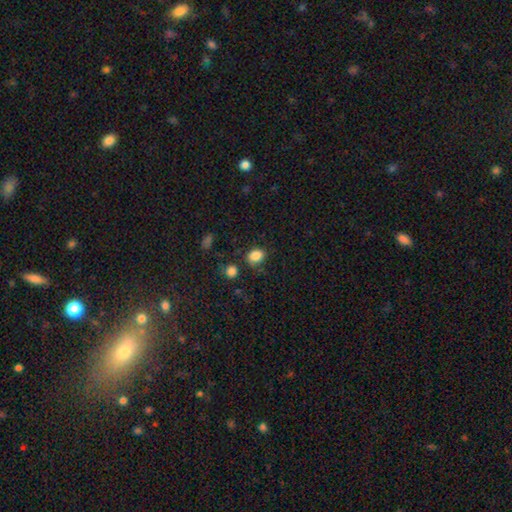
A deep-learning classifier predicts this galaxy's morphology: smooth 85%, star or artifact 10%, featured or disk 5%. Down the decision tree: how rounded — in between (56%); merging — none (74%).